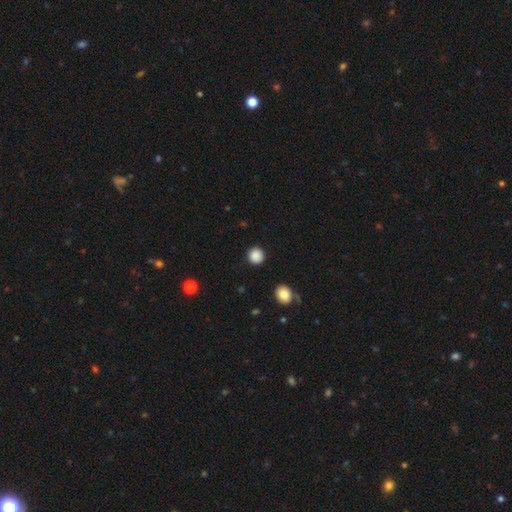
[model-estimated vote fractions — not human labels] This appears to be a smooth galaxy with no disk features (88%) that is round (94%). Merging: none (91%).